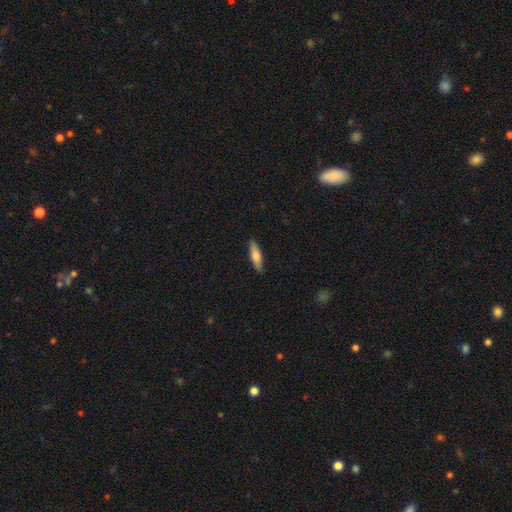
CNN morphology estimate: Smooth or featured? smooth (68%)
How rounded? cigar-shaped (69%)
Merging? none (89%)